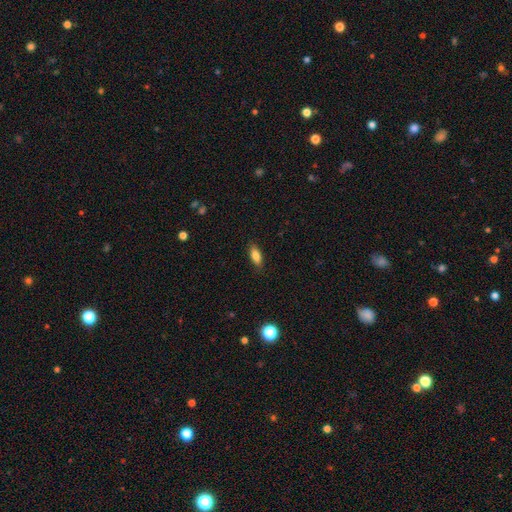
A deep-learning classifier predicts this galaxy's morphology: Smooth or featured? Predicted: smooth (p=0.83). How rounded? Predicted: in between (p=0.75). Merging? Predicted: none (p=0.85).